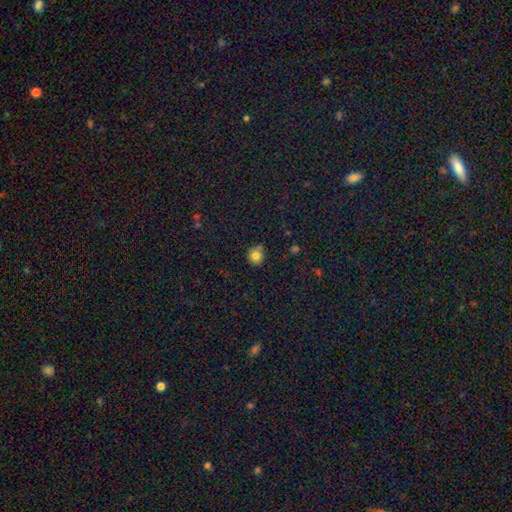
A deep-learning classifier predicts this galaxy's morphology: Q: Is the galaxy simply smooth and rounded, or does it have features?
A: smooth — 82%.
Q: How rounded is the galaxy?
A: round — 89%.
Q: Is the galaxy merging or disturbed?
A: none — 75%.